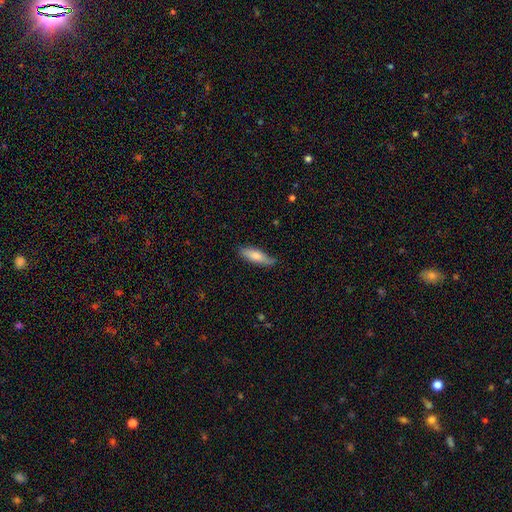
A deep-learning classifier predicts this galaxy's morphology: Smooth or featured: smooth — 76% (featured or disk — 18%)
How rounded: cigar-shaped — 53% (in between — 46%)
Merging: none — 76% (minor disturbance — 19%)